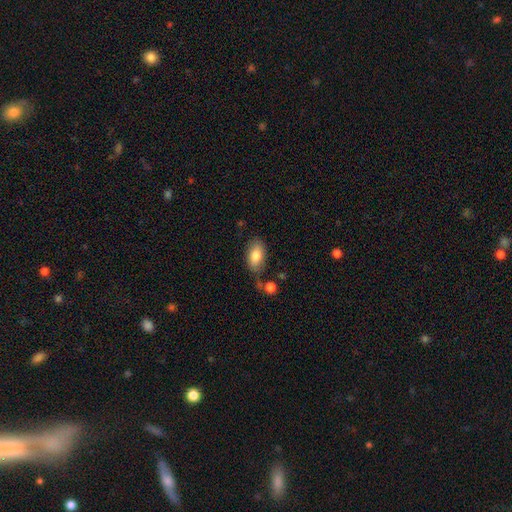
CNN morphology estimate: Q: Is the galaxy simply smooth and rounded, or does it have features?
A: smooth — 80%.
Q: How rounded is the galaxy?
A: in between — 92%.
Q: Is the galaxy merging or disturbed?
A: none — 69%.